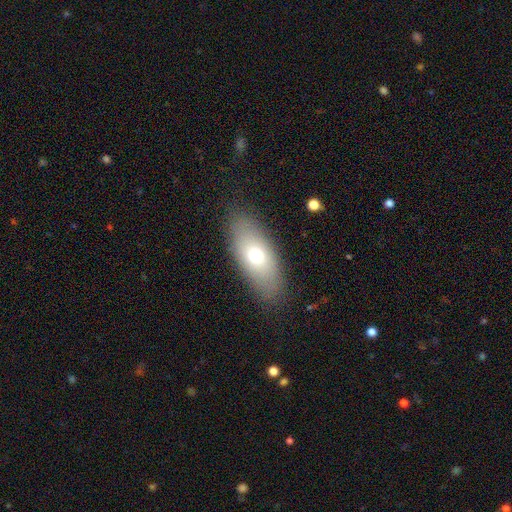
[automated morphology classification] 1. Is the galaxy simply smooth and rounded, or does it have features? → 68% smooth, 23% featured or disk, 9% star or artifact.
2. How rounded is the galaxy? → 84% in between, 10% cigar-shaped, 6% round.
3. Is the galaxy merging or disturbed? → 85% none, 10% minor disturbance, 4% major disturbance, 1% merger.